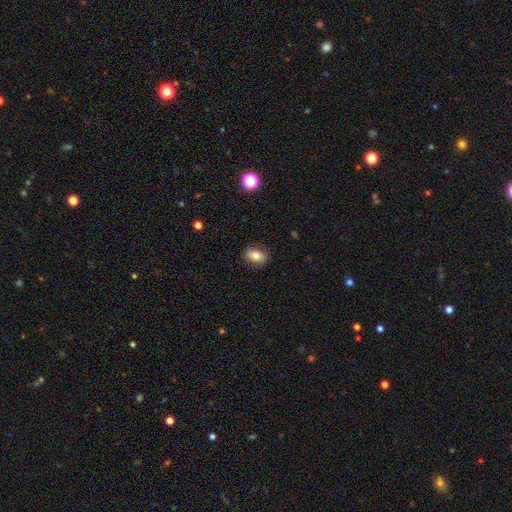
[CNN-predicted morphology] A smooth galaxy with no disk features (80%) that is in between round and cigar-shaped (80%).

Vote fractions:
- Smooth or featured? smooth: 80% / featured or disk: 11% / star or artifact: 9%
- How rounded? in between: 80% / round: 18% / cigar-shaped: 2%
- Merging? none: 88% / minor disturbance: 9% / major disturbance: 2% / merger: 1%